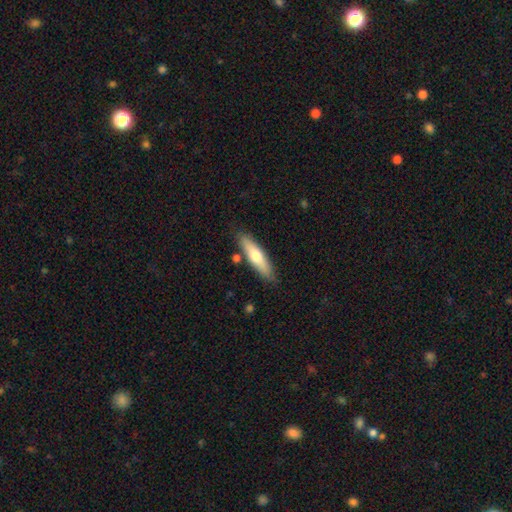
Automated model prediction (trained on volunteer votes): This appears to be a smooth galaxy with no disk features (62%) that is cigar-shaped (71%). Merging: none (83%).